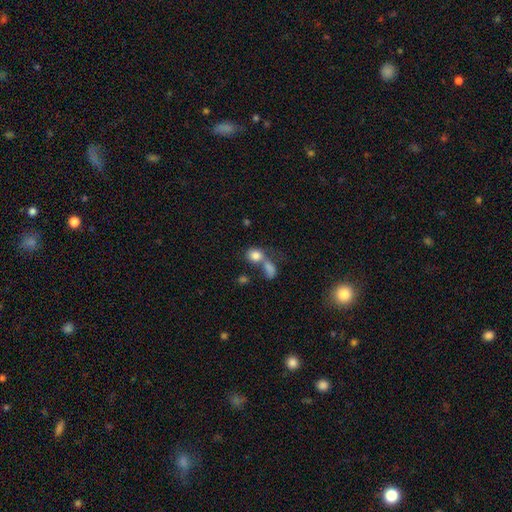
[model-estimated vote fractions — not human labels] Overall: smooth (80%). How rounded: round (56%; in between 42%). Merging: merger (54%; none 29%).